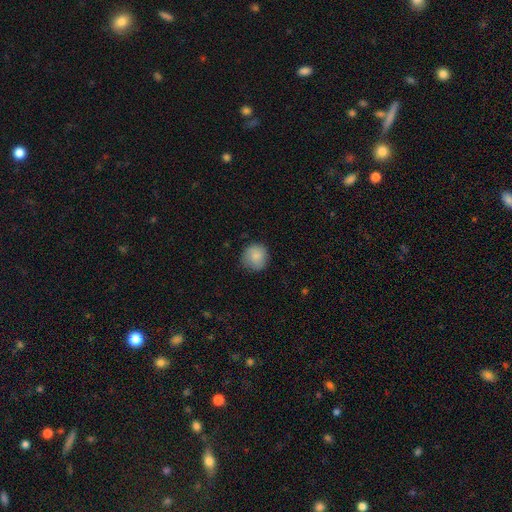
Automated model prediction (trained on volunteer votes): Overall: smooth (85%). How rounded: round (89%). Merging: none (78%).